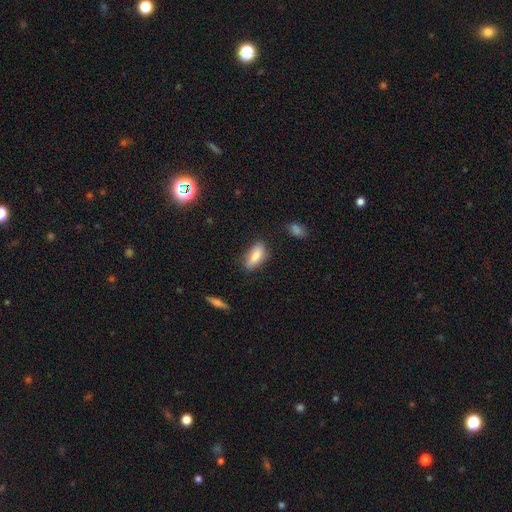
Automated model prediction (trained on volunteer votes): Smooth or featured? smooth (83%)
How rounded? in between (80%)
Merging? none (74%)